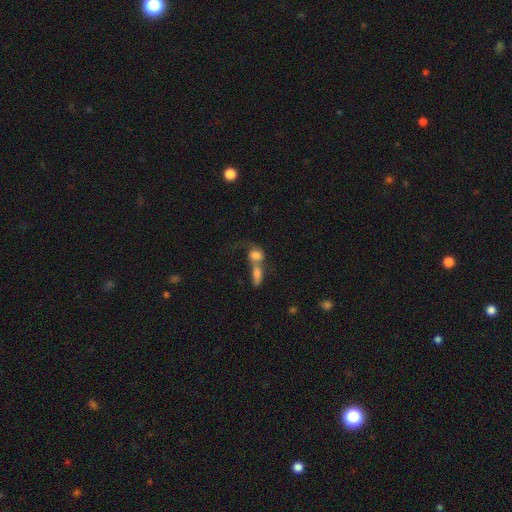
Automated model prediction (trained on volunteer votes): The model was most divided on "how rounded": in between: 58%, round: 35%, cigar-shaped: 8%. More confident: smooth or featured — smooth (72%); merging — merger (71%).